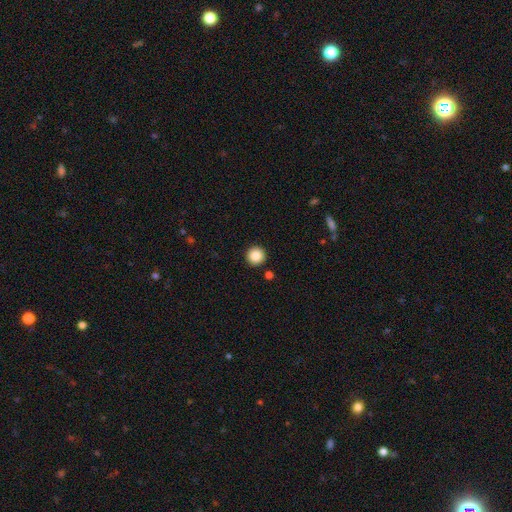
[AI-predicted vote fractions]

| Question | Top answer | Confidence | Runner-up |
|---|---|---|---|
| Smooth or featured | smooth | 86% | star or artifact (9%) |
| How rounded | round | 96% | in between (3%) |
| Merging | none | 92% | minor disturbance (5%) |